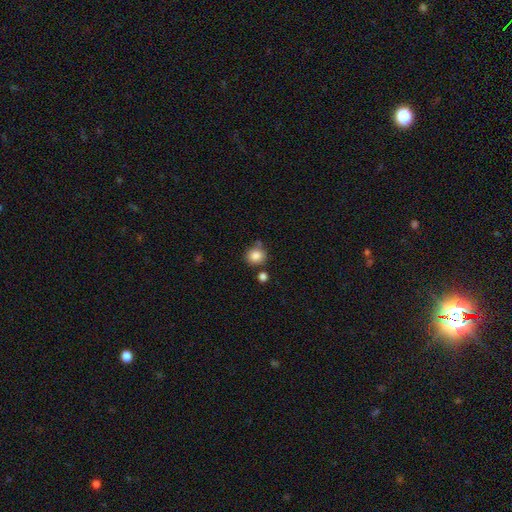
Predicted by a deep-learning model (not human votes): Overall: smooth (85%). How rounded: round (86%). Merging: none (72%).